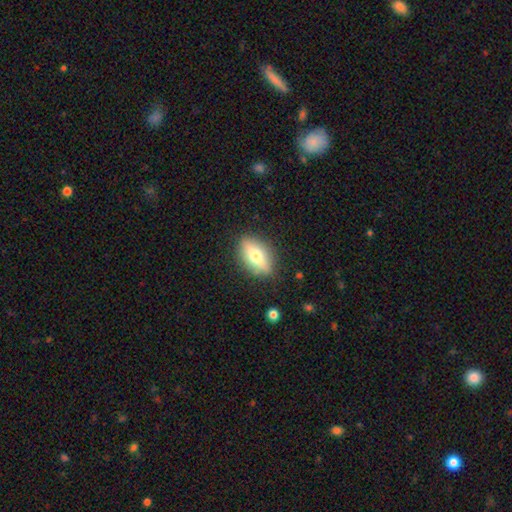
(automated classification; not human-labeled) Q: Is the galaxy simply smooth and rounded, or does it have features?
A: smooth — 57%.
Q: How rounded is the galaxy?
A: in between — 78%.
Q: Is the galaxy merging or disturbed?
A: none — 85%.